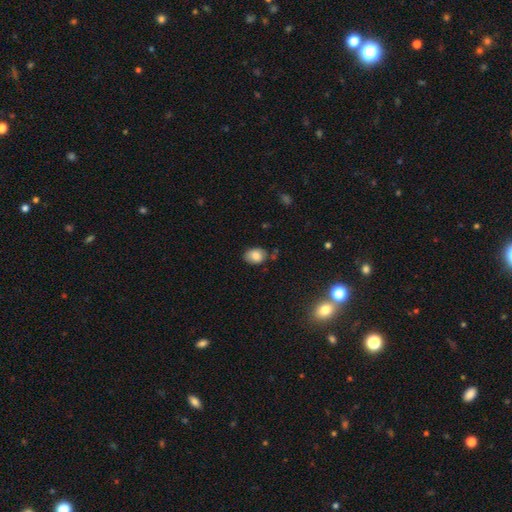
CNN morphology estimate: Smooth or featured? Predicted: smooth (p=0.82). How rounded? Predicted: in between (p=0.76). Merging? Predicted: none (p=0.72).